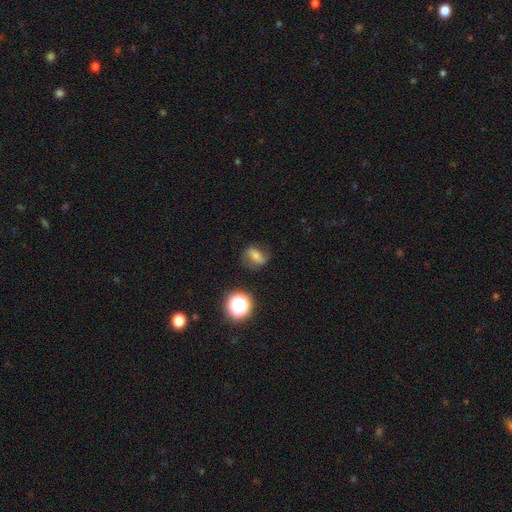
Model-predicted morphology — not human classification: A smooth galaxy with no disk features (61%) that is in between round and cigar-shaped (64%).

Vote fractions:
- Smooth or featured? smooth: 61% / featured or disk: 24% / star or artifact: 15%
- How rounded? in between: 64% / round: 33% / cigar-shaped: 3%
- Merging? none: 64% / minor disturbance: 24% / major disturbance: 11% / merger: 2%